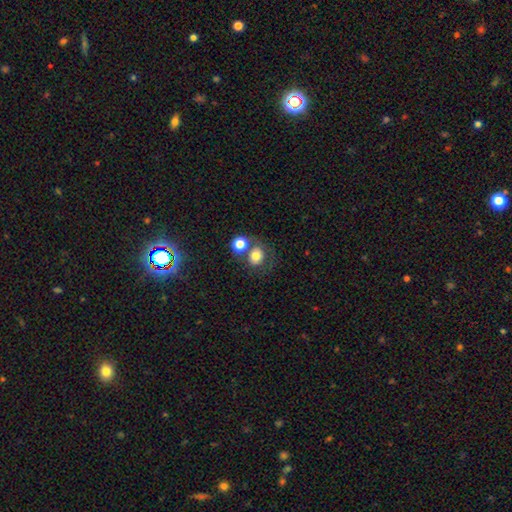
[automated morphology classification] A smooth galaxy with no disk features (75%) that is round (67%).

Vote fractions:
- Smooth or featured? smooth: 75% / featured or disk: 13% / star or artifact: 12%
- How rounded? round: 67% / in between: 33% / cigar-shaped: 1%
- Merging? none: 52% / merger: 31% / minor disturbance: 11% / major disturbance: 6%